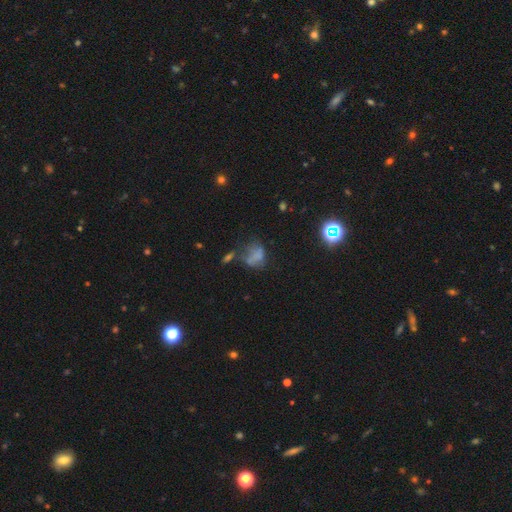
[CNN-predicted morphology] Smooth or featured? Predicted: smooth (p=0.56). How rounded? Predicted: in between (p=0.64). Merging? Predicted: major disturbance (p=0.31).